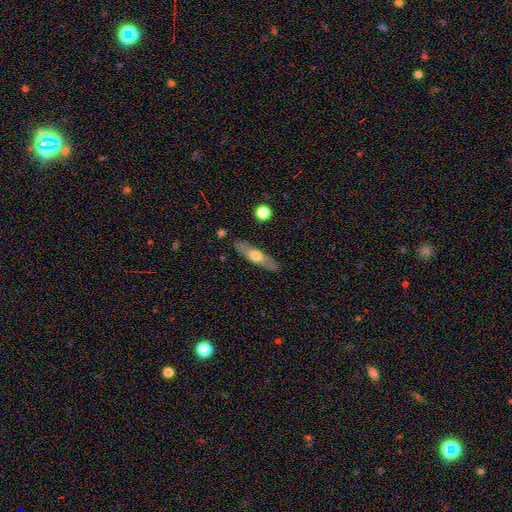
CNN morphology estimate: A smooth galaxy with no disk features (48%).

Vote fractions:
- Smooth or featured? smooth: 48% / featured or disk: 46% / star or artifact: 6%
- Merging? none: 82% / minor disturbance: 13% / major disturbance: 3% / merger: 2%